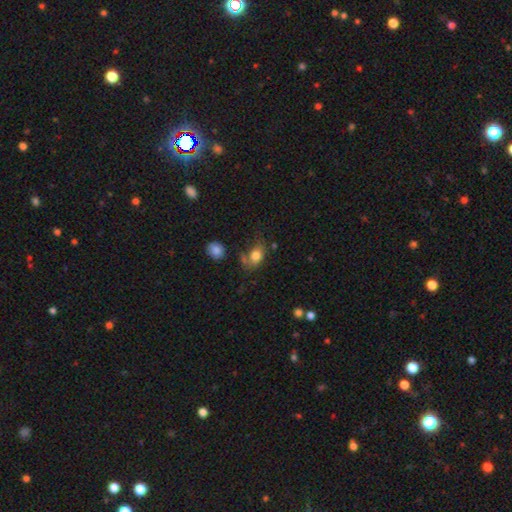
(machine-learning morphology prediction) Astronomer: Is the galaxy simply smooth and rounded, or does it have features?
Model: smooth — 79%.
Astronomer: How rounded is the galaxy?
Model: in between — 76%.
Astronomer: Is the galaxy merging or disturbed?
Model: none — 46% (runner-up: minor disturbance, 26%).